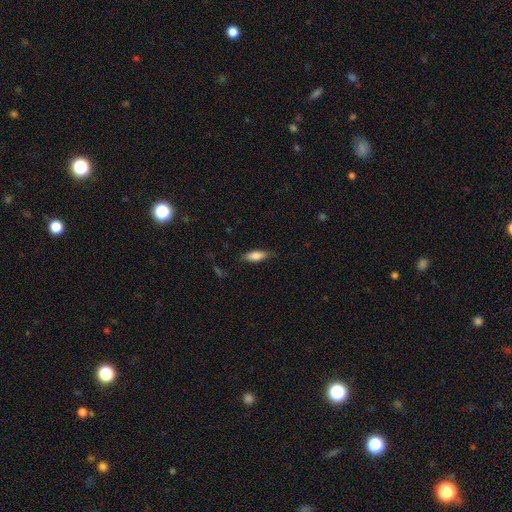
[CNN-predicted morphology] Q: Smooth or featured?
A: smooth (80%); runner-up: featured or disk (14%)
Q: How rounded?
A: in between (68%); runner-up: cigar-shaped (29%)
Q: Merging?
A: none (77%); runner-up: minor disturbance (17%)